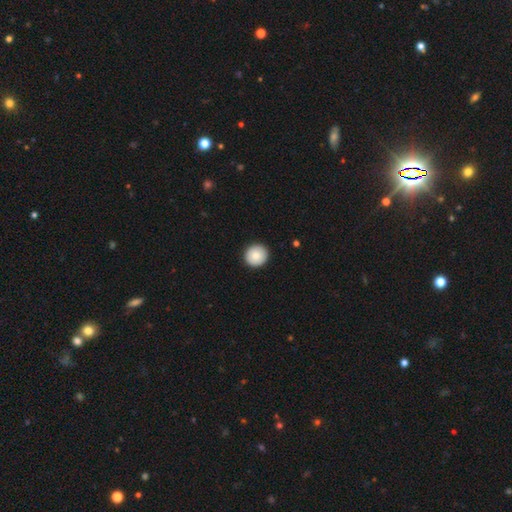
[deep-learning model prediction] Overall: smooth (85%). How rounded: round (93%). Merging: none (92%).